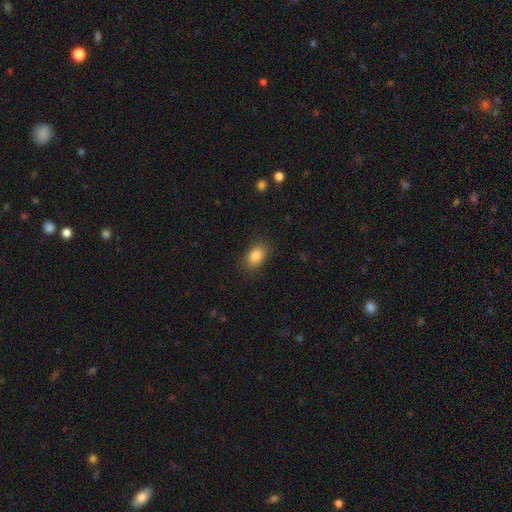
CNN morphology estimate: Smooth or featured: smooth — 85% (star or artifact — 9%)
How rounded: in between — 78% (round — 20%)
Merging: none — 84% (minor disturbance — 12%)